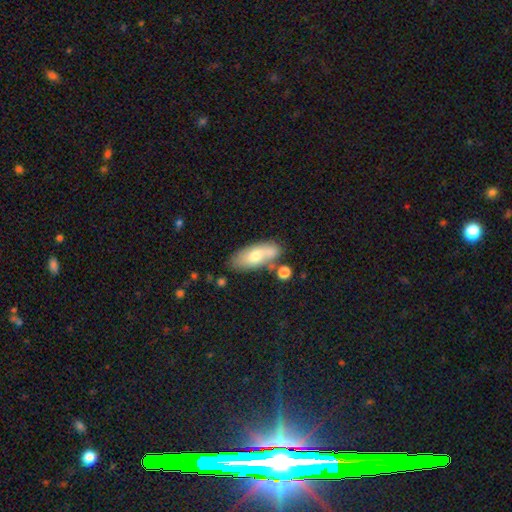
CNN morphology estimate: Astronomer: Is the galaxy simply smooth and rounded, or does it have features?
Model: smooth — 65%.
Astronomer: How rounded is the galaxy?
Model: in between — 80%.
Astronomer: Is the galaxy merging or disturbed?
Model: none — 61%.